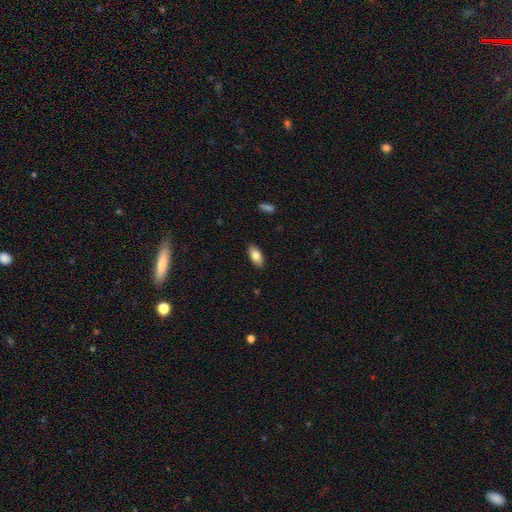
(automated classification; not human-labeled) A smooth galaxy with no disk features (81%) that is in between round and cigar-shaped (91%).

Vote fractions:
- Smooth or featured? smooth: 81% / featured or disk: 12% / star or artifact: 7%
- How rounded? in between: 91% / cigar-shaped: 7% / round: 3%
- Merging? none: 88% / minor disturbance: 9% / major disturbance: 2% / merger: 1%